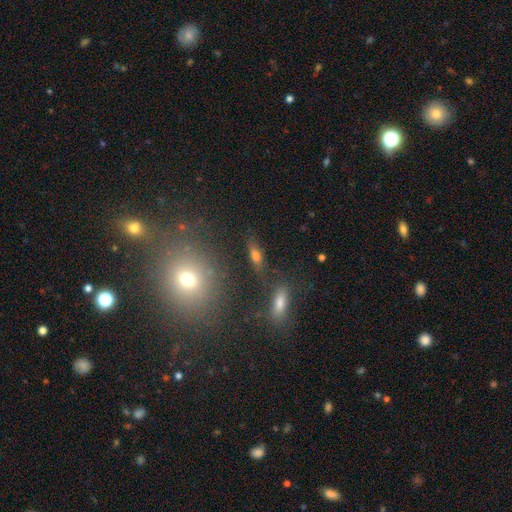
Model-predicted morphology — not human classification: This appears to be a smooth galaxy with no disk features (63%) that is in between round and cigar-shaped (61%). Merging: none (71%).